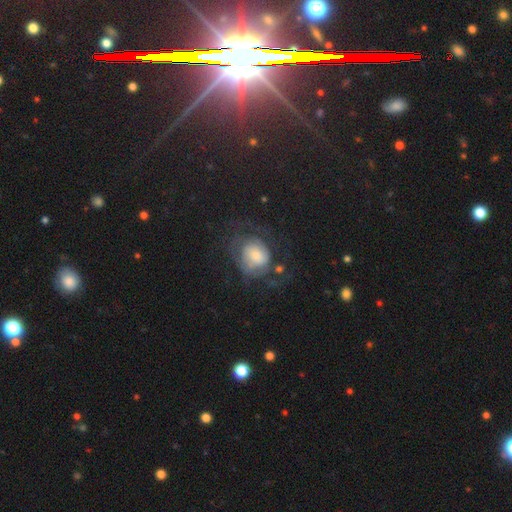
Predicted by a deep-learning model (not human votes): featured or disk 52%, smooth 38%, star or artifact 9%. Down the decision tree: edge-on disk — no (97%); bar — no (74%); spiral arms — yes (72%); bulge size — small (32%); merging — none (44%).